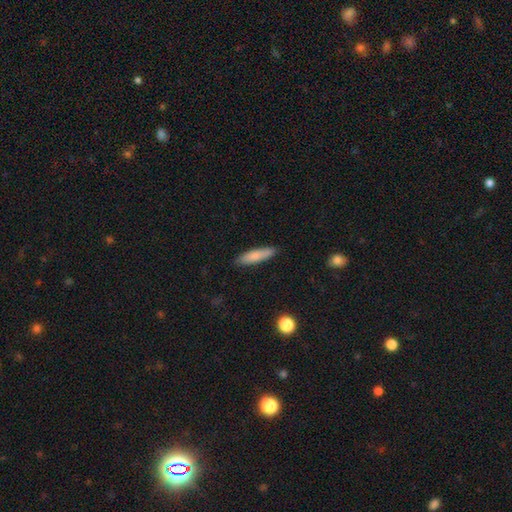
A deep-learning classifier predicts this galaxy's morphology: Overall: smooth (80%). How rounded: cigar-shaped (76%). Merging: none (88%).